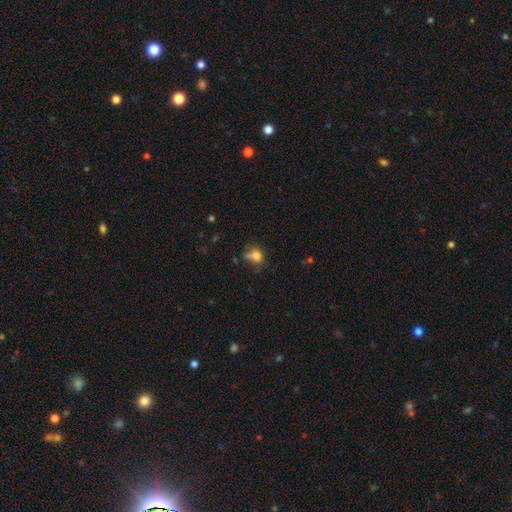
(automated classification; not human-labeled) smooth-or-featured: smooth: 73% | featured or disk: 14% | star or artifact: 13%
  how-rounded: in between: 55% | round: 43% | cigar-shaped: 2%
  merging: none: 36% | minor disturbance: 30% | major disturbance: 24% | merger: 10%